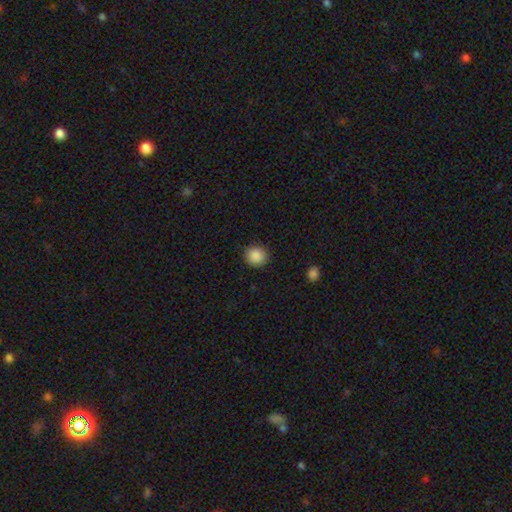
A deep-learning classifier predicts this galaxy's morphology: Smooth or featured: smooth — 89% (star or artifact — 9%)
How rounded: round — 88% (in between — 11%)
Merging: none — 91% (minor disturbance — 6%)